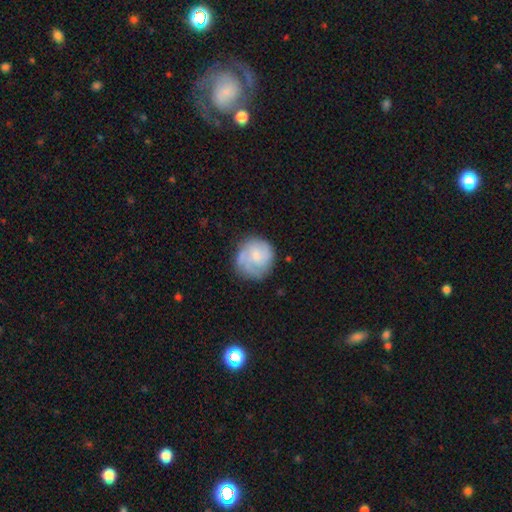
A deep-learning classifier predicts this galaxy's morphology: type=featured or disk (52%); edge-on=no (98%); bar=no (69%); spiral arms=yes (79%); bulge=small (45%); merging=none (68%).